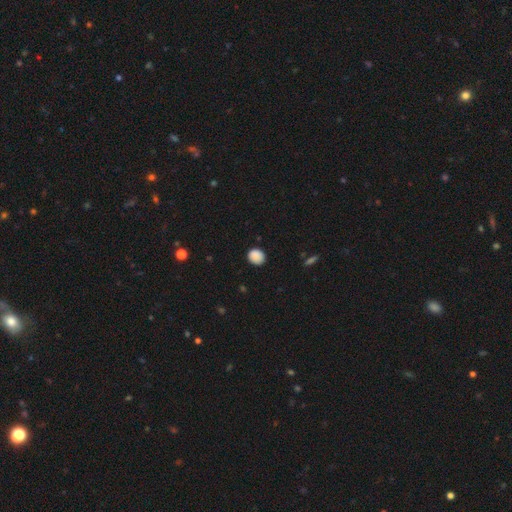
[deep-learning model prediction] Smooth or featured? smooth (88%)
How rounded? round (73%)
Merging? none (85%)